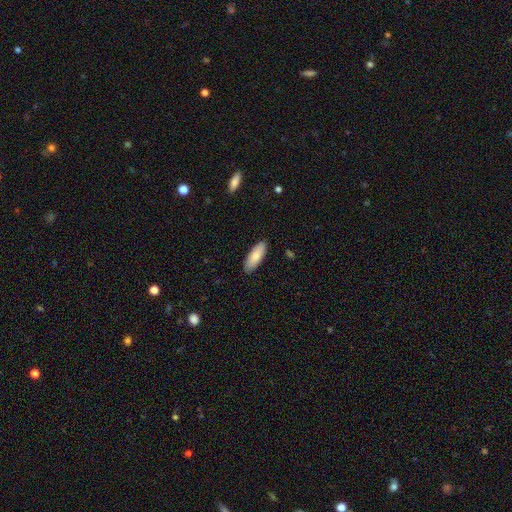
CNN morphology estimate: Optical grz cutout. It shows a smooth galaxy with no disk features (84%) that is in between round and cigar-shaped (70%). Merging: none (89%).